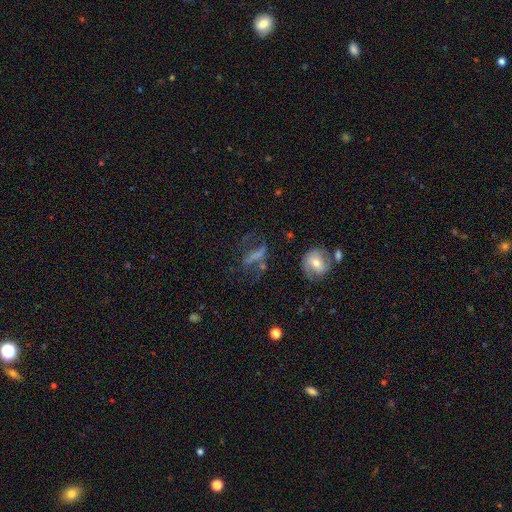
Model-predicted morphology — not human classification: The model was most divided on "smooth or featured": featured or disk: 43%, smooth: 40%, star or artifact: 17%. Remaining: merging — none (41%).